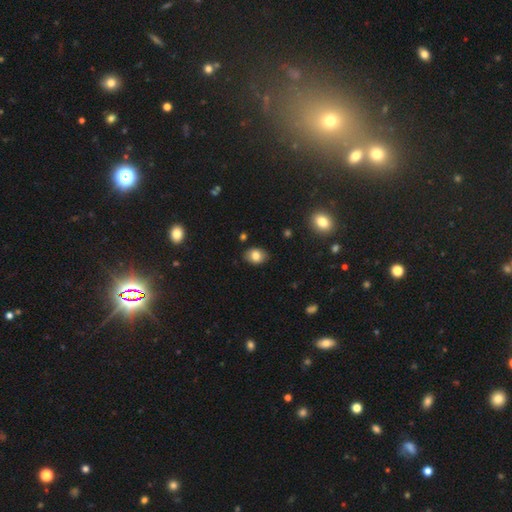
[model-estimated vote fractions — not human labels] This is clearly a smooth galaxy (80%). How rounded: likely in between (66%). Merging: clearly none (84%).